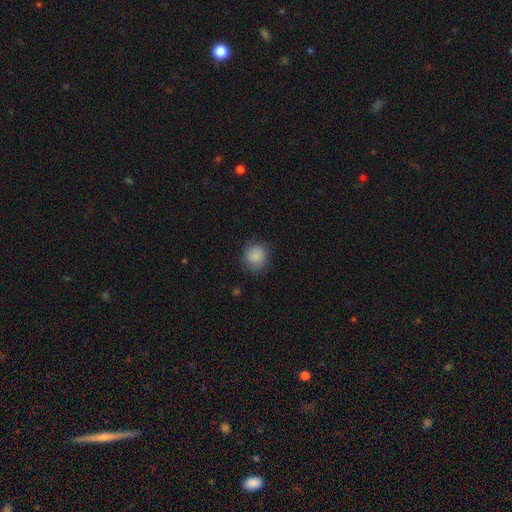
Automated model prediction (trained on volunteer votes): smooth 87%, star or artifact 8%, featured or disk 5%. Down the decision tree: how rounded — round (87%); merging — none (82%).